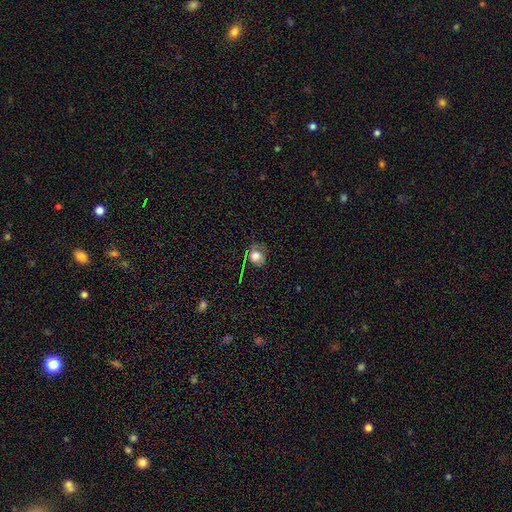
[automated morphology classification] smooth-or-featured: smooth: 72% | star or artifact: 16% | featured or disk: 12%
  how-rounded: round: 70% | in between: 29% | cigar-shaped: 1%
  merging: none: 73% | minor disturbance: 18% | major disturbance: 6% | merger: 2%